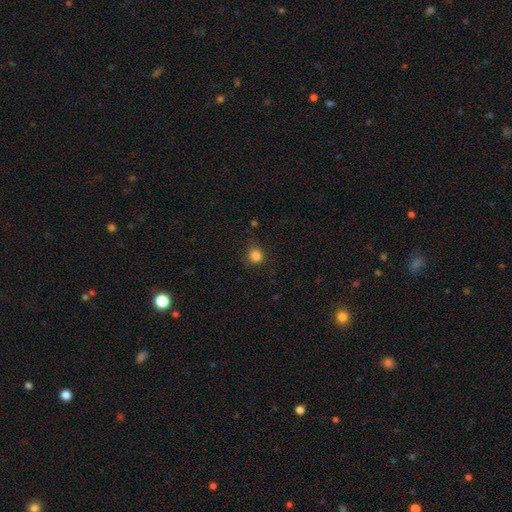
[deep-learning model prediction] The model was most divided on "merging": none: 83%, minor disturbance: 12%, major disturbance: 4%, merger: 1%. More confident: how rounded — round (90%); smooth or featured — smooth (85%).